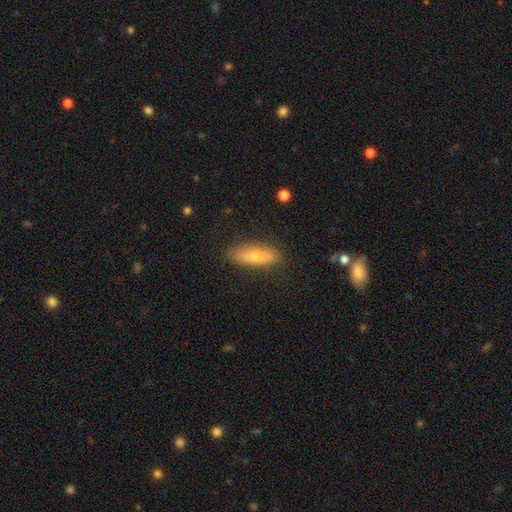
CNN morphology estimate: smooth_or_featured: smooth (p=0.58) [alt: featured or disk p=0.34]
how_rounded: cigar-shaped (p=0.52) [alt: in between p=0.46]
merging: none (p=0.85) [alt: minor disturbance p=0.11]